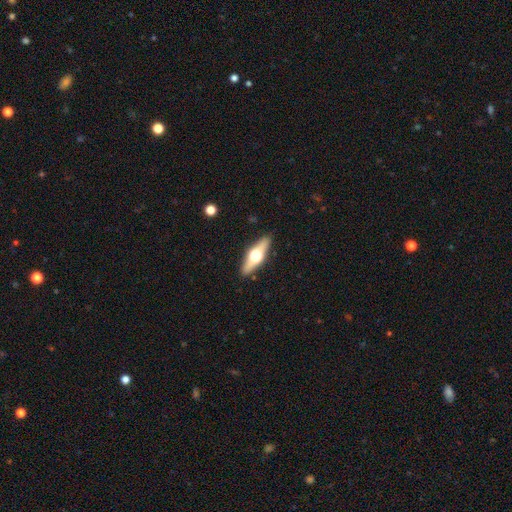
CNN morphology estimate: This is possibly a featured or disk galaxy (58%). It is clearly viewed edge-on (92%). Edge-on bulge: clearly rounded (96%). Merging: clearly none (89%).